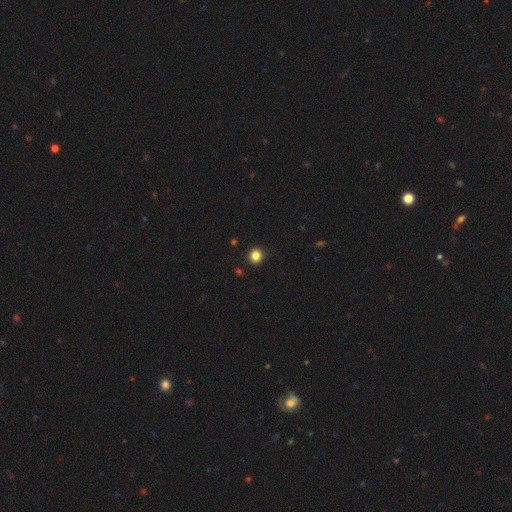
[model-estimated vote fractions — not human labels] smooth_or_featured: smooth (p=0.84) [alt: star or artifact p=0.12]
how_rounded: round (p=0.87) [alt: in between p=0.12]
merging: none (p=0.92) [alt: minor disturbance p=0.05]